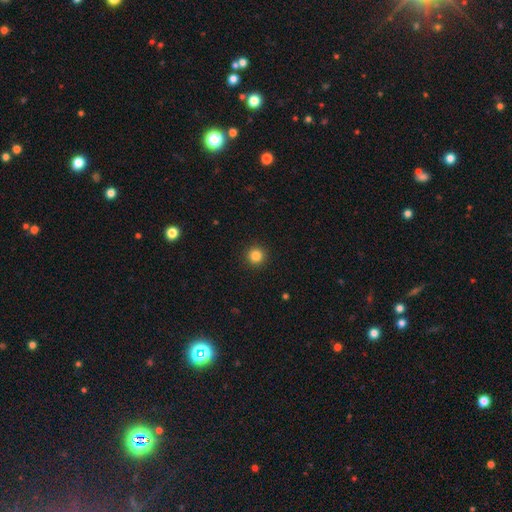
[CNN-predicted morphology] A smooth galaxy with no disk features (85%) that is round (95%). Merging: none (93%).